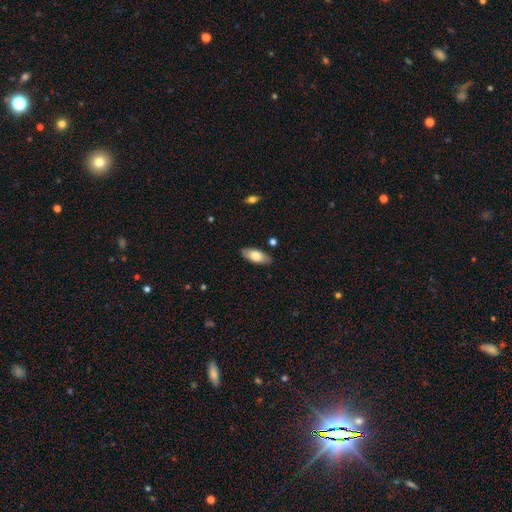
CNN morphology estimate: smooth-or-featured: smooth: 72% | featured or disk: 22% | star or artifact: 6%
  how-rounded: in between: 85% | cigar-shaped: 13% | round: 2%
  merging: none: 87% | minor disturbance: 10% | major disturbance: 2% | merger: 2%